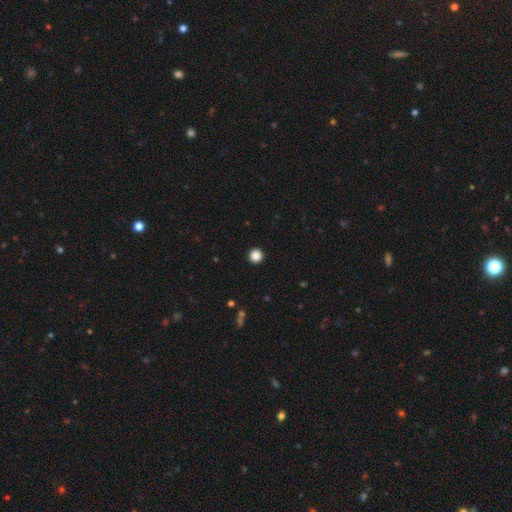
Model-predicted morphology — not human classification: Smooth or featured? smooth (87%)
How rounded? round (96%)
Merging? none (94%)